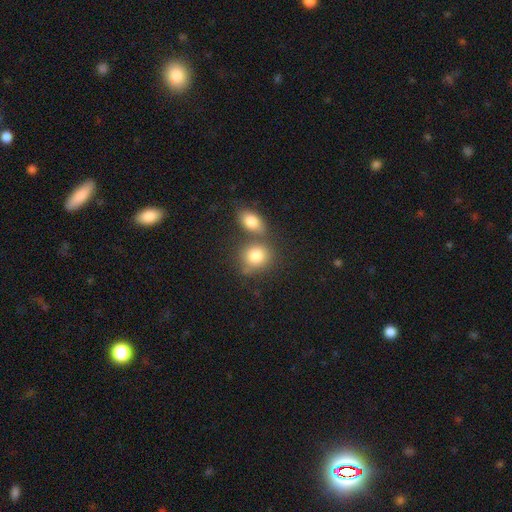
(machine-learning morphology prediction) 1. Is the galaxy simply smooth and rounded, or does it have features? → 81% smooth, 10% featured or disk, 9% star or artifact.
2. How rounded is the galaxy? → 64% round, 34% in between, 1% cigar-shaped.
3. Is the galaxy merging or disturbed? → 48% none, 36% merger, 11% minor disturbance, 5% major disturbance.